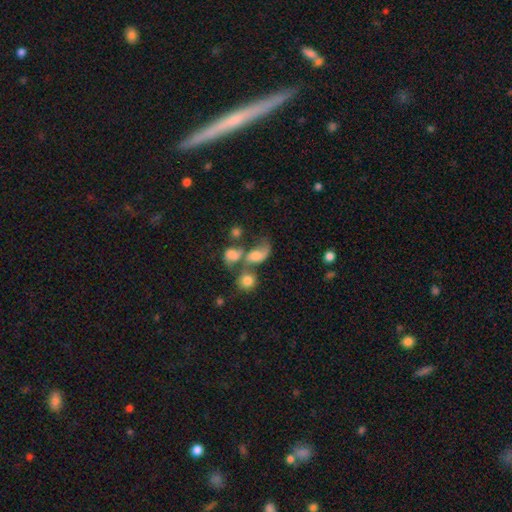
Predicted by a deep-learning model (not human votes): Q: Smooth or featured?
A: smooth (46%); runner-up: featured or disk (39%)
Q: Merging?
A: merger (52%); runner-up: none (19%)